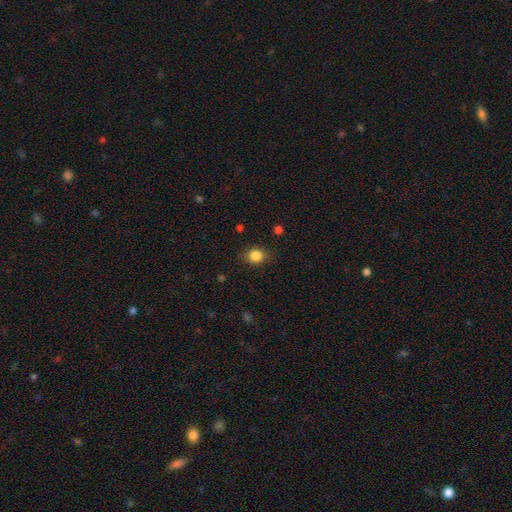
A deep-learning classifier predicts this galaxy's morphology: Smooth or featured?
  - smooth: 85% *
  - star or artifact: 10%
  - featured or disk: 5%
How rounded?
  - round: 61% *
  - in between: 38%
  - cigar-shaped: 1%
Merging?
  - none: 84% *
  - minor disturbance: 12%
  - major disturbance: 3%
  - merger: 1%